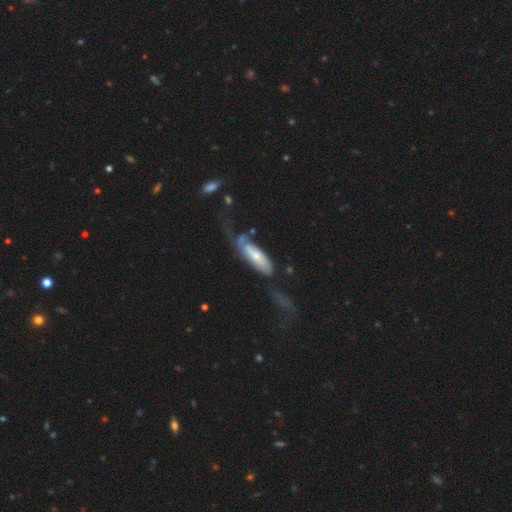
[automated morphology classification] type=featured or disk (48%); merging=major disturbance (39%).